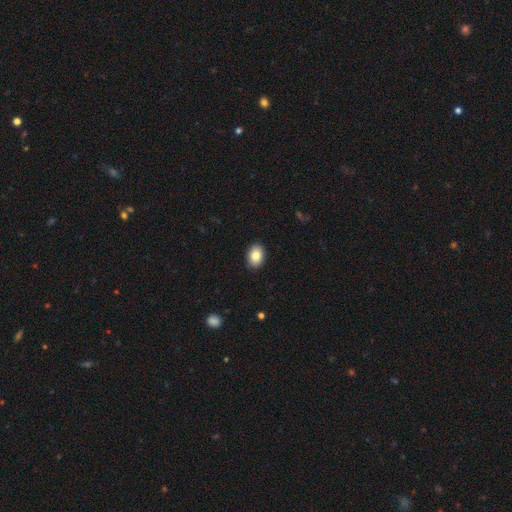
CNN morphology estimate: Smooth or featured? Predicted: smooth (p=0.84). How rounded? Predicted: in between (p=0.80). Merging? Predicted: none (p=0.89).